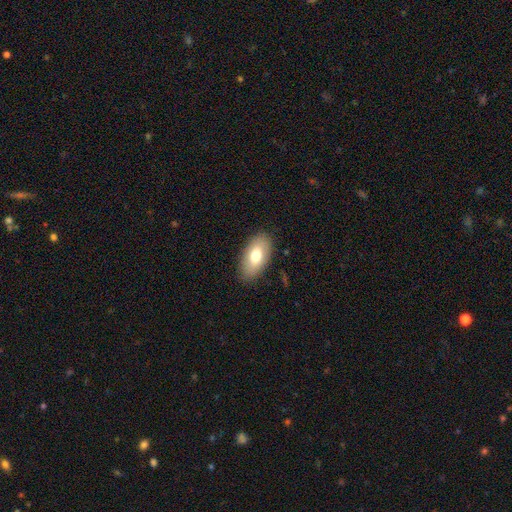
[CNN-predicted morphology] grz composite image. It shows a smooth galaxy with no disk features (73%) that is in between round and cigar-shaped (93%). Merging: none (86%).